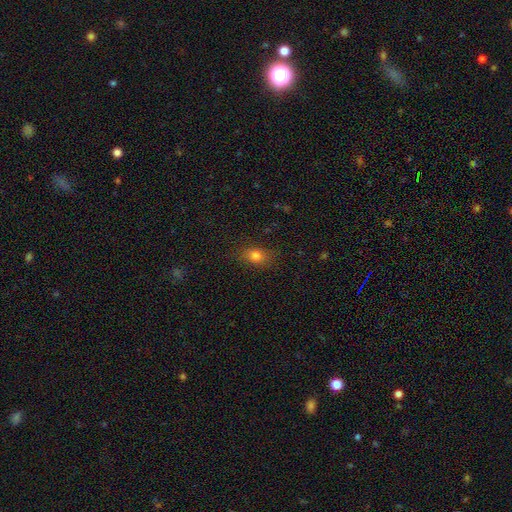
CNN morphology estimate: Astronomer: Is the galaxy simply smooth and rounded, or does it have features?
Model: smooth — 79%.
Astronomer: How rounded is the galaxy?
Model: in between — 65%.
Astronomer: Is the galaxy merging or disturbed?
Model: none — 83%.